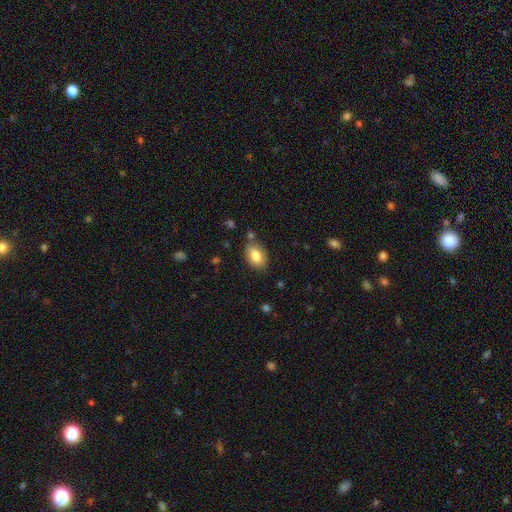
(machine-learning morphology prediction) Overall: smooth (82%). How rounded: in between (86%). Merging: none (77%).